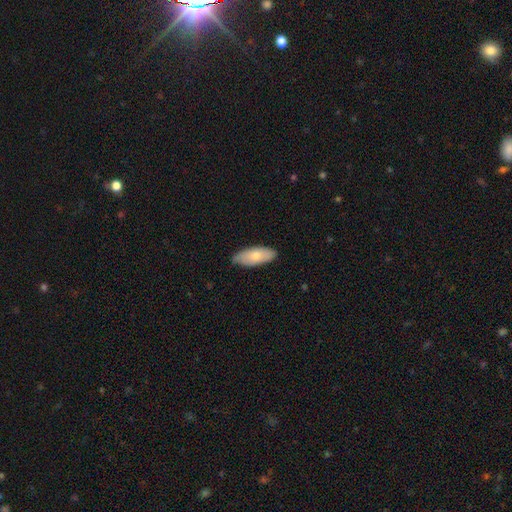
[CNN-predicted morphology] Overall: smooth (73%). How rounded: in between (86%). Merging: none (78%).